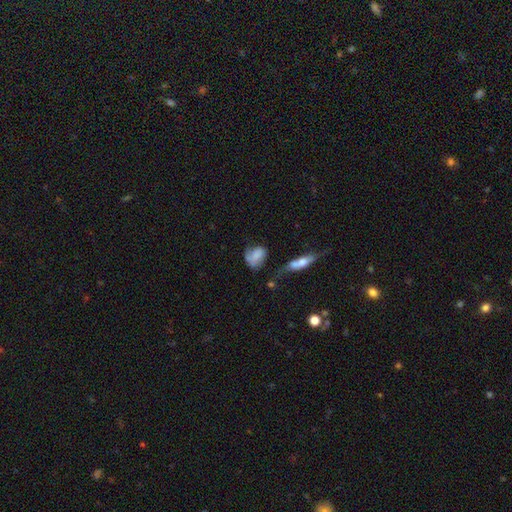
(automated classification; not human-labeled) Overall: smooth (58%; featured or disk 34%). How rounded: in between (70%). Merging: none (35%; minor disturbance 29%).